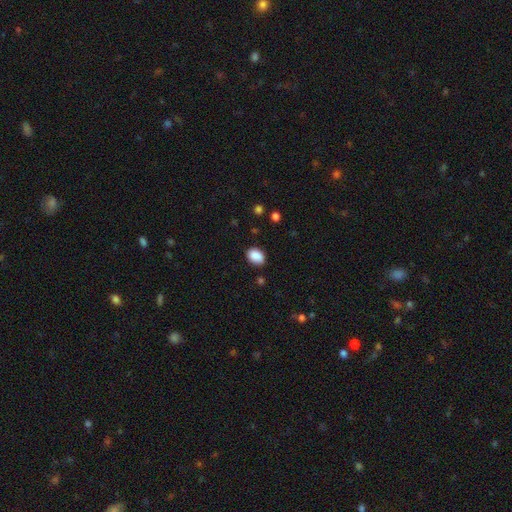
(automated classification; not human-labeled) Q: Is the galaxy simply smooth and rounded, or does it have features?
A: smooth — 89%.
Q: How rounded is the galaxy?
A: in between — 79%.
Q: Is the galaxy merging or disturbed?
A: none — 82%.